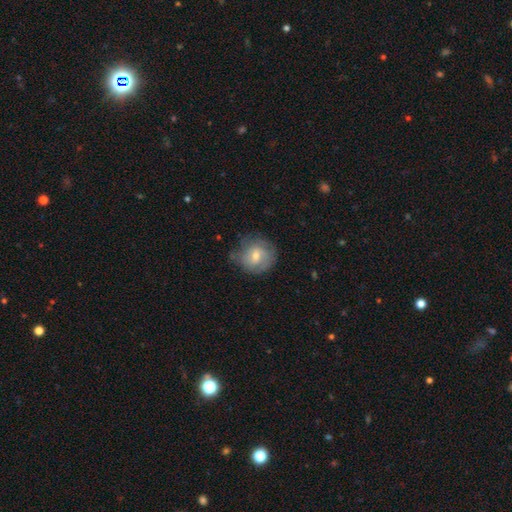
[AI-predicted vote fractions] The model was most divided on "smooth or featured": smooth: 54%, featured or disk: 39%, star or artifact: 7%. More confident: how rounded — round (82%); merging — none (62%).